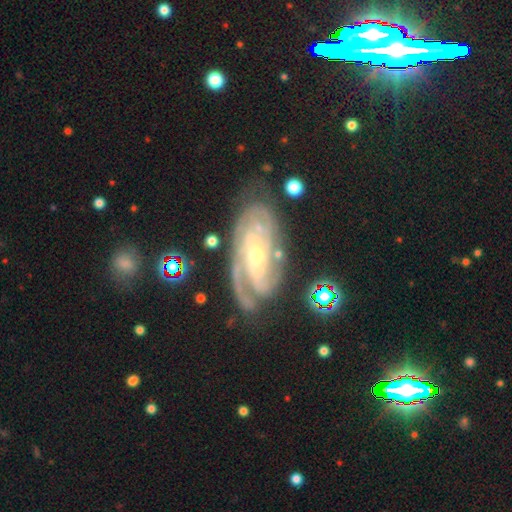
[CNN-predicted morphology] Smooth or featured: featured or disk — 88% (star or artifact — 6%)
Edge-on disk: no — 95% (yes — 5%)
Bar: weak — 38% (no — 37%)
Spiral arms: yes — 97% (no — 3%)
Spiral winding: tight — 65% (medium — 30%)
Spiral arm count: 2 — 32% (3 — 27%)
Bulge size: small — 54% (moderate — 41%)
Merging: none — 70% (minor disturbance — 19%)